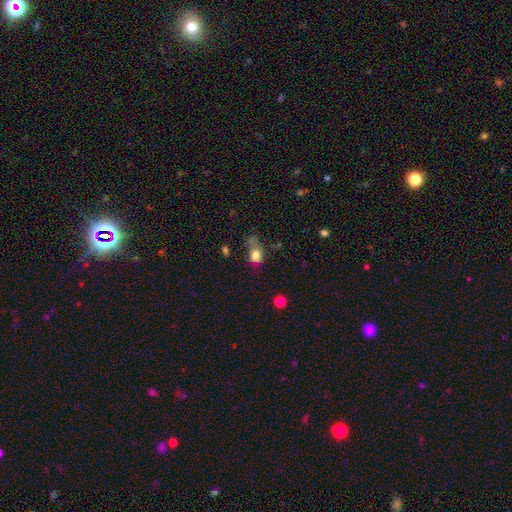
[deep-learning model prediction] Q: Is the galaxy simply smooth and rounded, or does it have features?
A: smooth — 79%.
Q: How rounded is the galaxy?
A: in between — 57%.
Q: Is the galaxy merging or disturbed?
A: none — 38%.